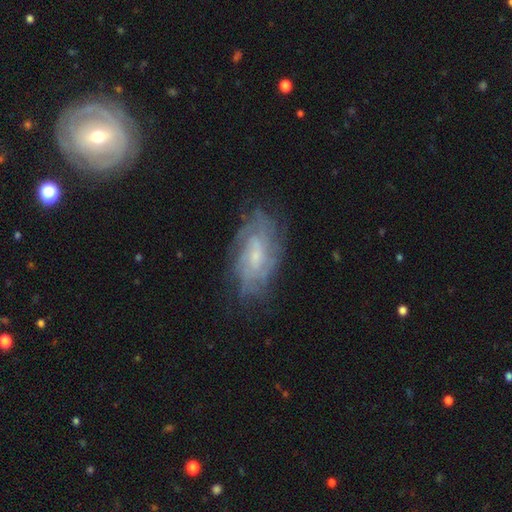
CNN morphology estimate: Overall: featured or disk (74%). Edge-on disk: no (94%). Bar: no (51%; weak 42%). Spiral arms: yes (88%). Spiral arm count: can't tell (55%). Spiral winding: tight (59%; medium 31%). Bulge size: small (60%; moderate 28%). Merging: none (73%).